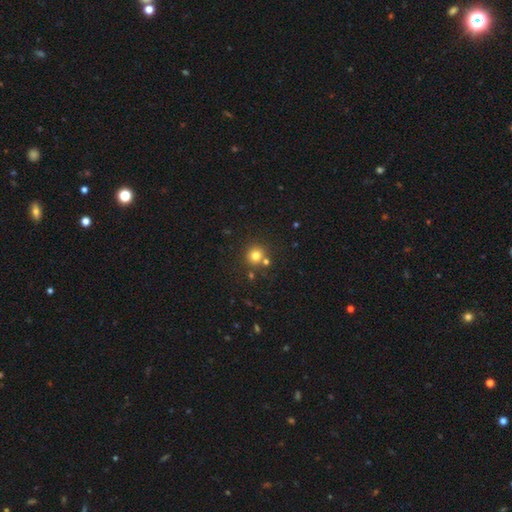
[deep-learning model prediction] smooth 77%, star or artifact 15%, featured or disk 8%. Down the decision tree: how rounded — round (92%); merging — none (75%).